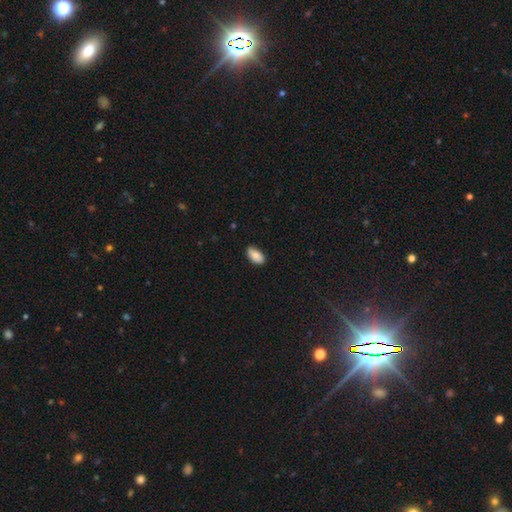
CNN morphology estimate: A smooth galaxy with no disk features (83%) that is in between round and cigar-shaped (94%).

Vote fractions:
- Smooth or featured? smooth: 83% / featured or disk: 10% / star or artifact: 7%
- How rounded? in between: 94% / round: 3% / cigar-shaped: 3%
- Merging? none: 80% / minor disturbance: 16% / major disturbance: 2% / merger: 1%